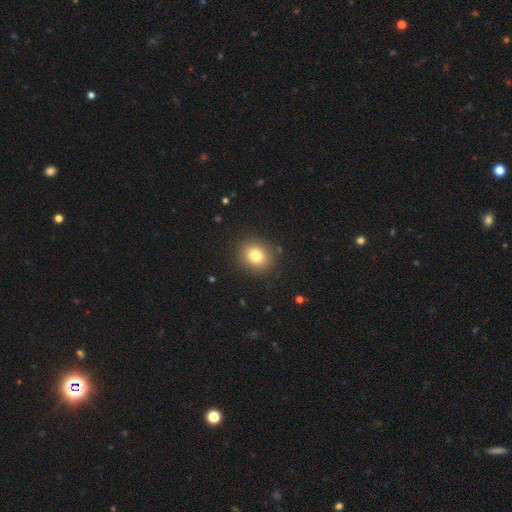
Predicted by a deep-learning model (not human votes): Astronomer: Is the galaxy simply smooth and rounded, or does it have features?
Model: smooth — 80%.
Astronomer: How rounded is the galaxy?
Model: round — 69%.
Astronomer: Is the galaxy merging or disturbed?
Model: none — 88%.